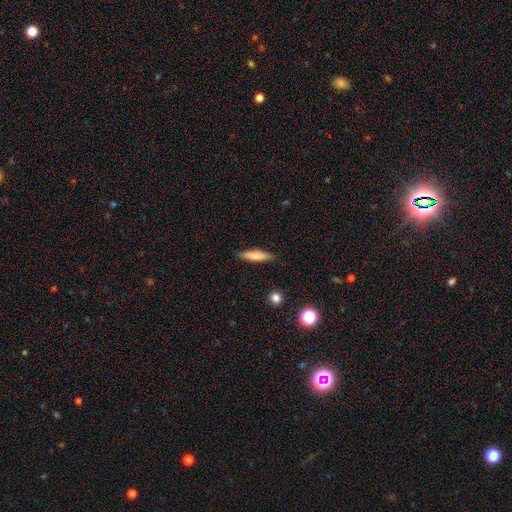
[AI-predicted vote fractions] smooth_or_featured: smooth (p=0.78) [alt: featured or disk p=0.16]
how_rounded: cigar-shaped (p=0.77) [alt: in between p=0.21]
merging: none (p=0.85) [alt: minor disturbance p=0.11]